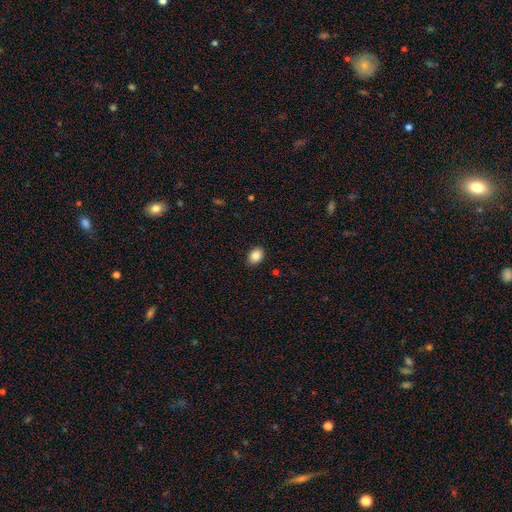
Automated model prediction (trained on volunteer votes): smooth-or-featured: smooth: 86% | star or artifact: 9% | featured or disk: 5%
  how-rounded: in between: 68% | round: 31% | cigar-shaped: 1%
  merging: none: 88% | minor disturbance: 9% | major disturbance: 2% | merger: 1%